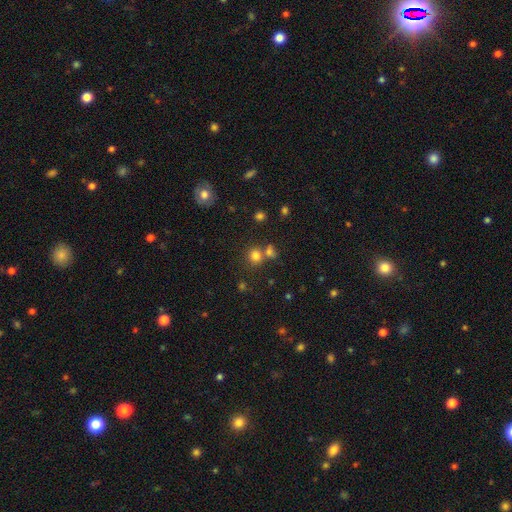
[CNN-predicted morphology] type=smooth (76%); roundness=round (81%); merging=none (63%).